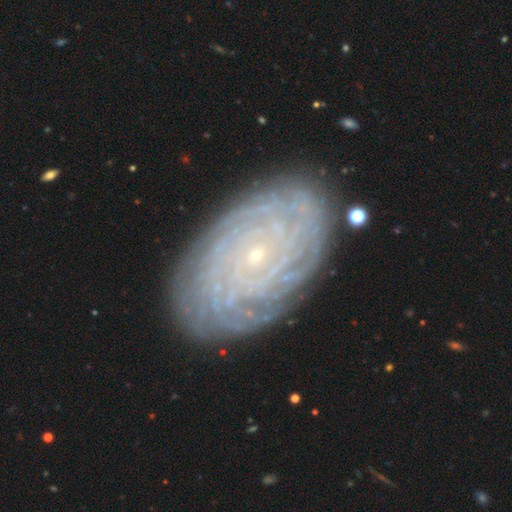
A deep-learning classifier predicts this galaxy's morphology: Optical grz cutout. It shows a featured or disk galaxy (82%) with no bar (82%), tight (89%) spiral arms (95%) and a small central bulge (89%). Merging: none (85%).